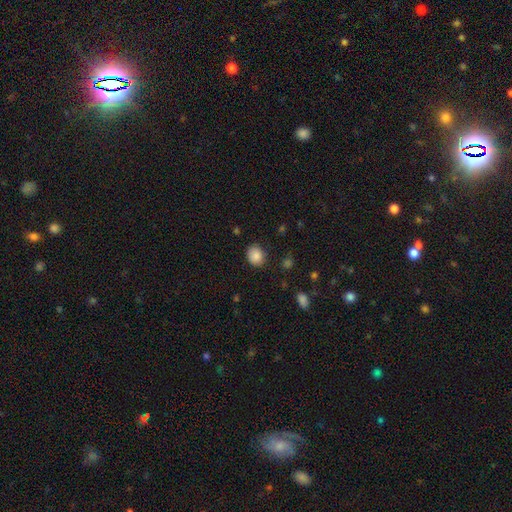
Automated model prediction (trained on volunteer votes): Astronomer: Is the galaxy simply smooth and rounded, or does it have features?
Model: smooth — 87%.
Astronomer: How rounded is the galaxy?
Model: round — 58% (runner-up: in between, 41%).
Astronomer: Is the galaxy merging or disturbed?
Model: none — 81%.